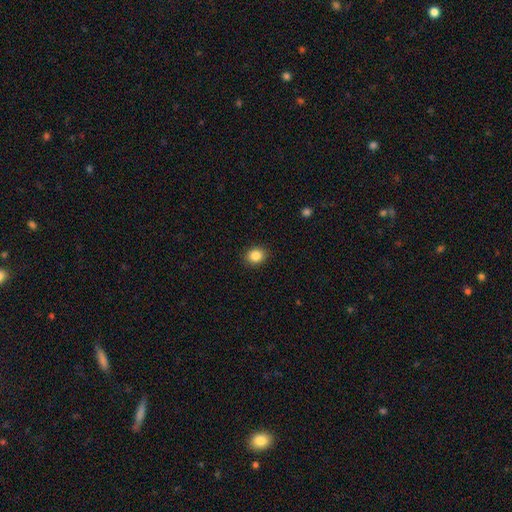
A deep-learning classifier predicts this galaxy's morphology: smooth-or-featured: smooth: 86% | star or artifact: 10% | featured or disk: 4%
  how-rounded: round: 71% | in between: 29% | cigar-shaped: 1%
  merging: none: 90% | minor disturbance: 7% | major disturbance: 2% | merger: 1%